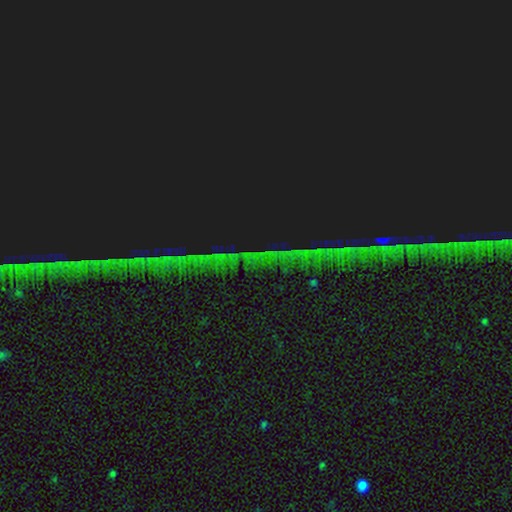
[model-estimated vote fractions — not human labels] smooth-or-featured: star or artifact: 85% | smooth: 8% | featured or disk: 7%